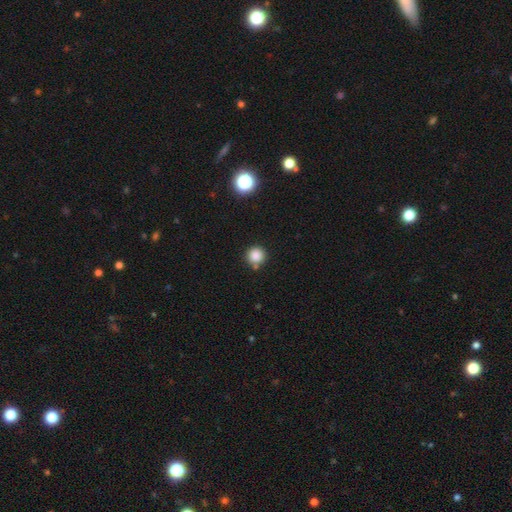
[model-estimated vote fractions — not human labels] Q: Smooth or featured?
A: smooth (84%); runner-up: star or artifact (12%)
Q: How rounded?
A: round (95%); runner-up: in between (4%)
Q: Merging?
A: none (79%); runner-up: minor disturbance (10%)